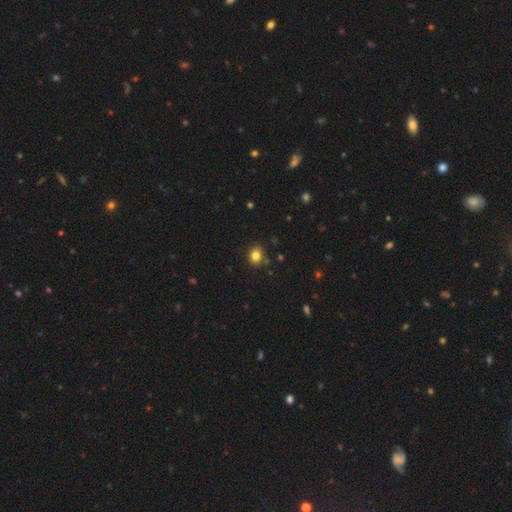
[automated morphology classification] A smooth galaxy with no disk features (81%) that is round (58%). Merging: none (84%).